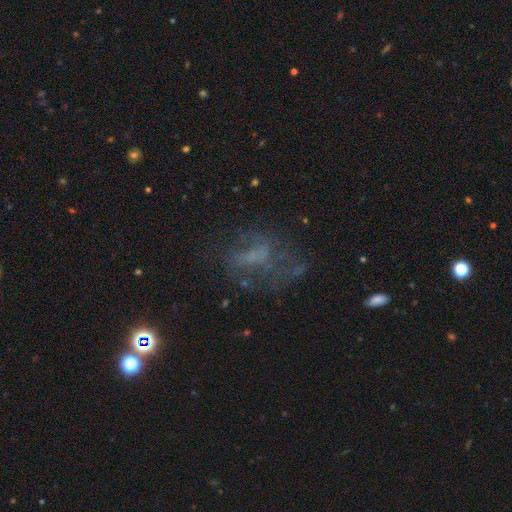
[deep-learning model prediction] A featured or disk galaxy (44%).

Vote fractions:
- Smooth or featured? featured or disk: 44% / smooth: 29% / star or artifact: 27%
- Merging? none: 46% / major disturbance: 31% / minor disturbance: 18% / merger: 4%